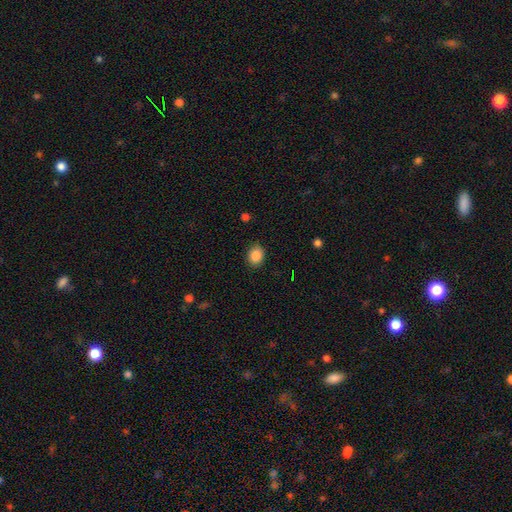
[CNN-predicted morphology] Smooth or featured? Predicted: smooth (p=0.87). How rounded? Predicted: in between (p=0.53). Merging? Predicted: none (p=0.87).